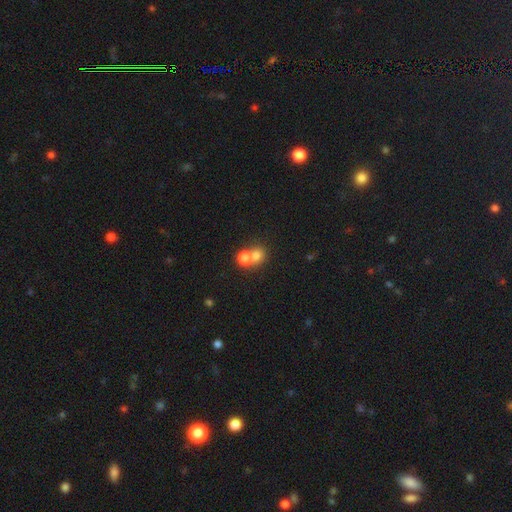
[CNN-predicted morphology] Q: Smooth or featured?
A: smooth (74%); runner-up: featured or disk (13%)
Q: How rounded?
A: round (79%); runner-up: in between (20%)
Q: Merging?
A: merger (59%); runner-up: none (33%)